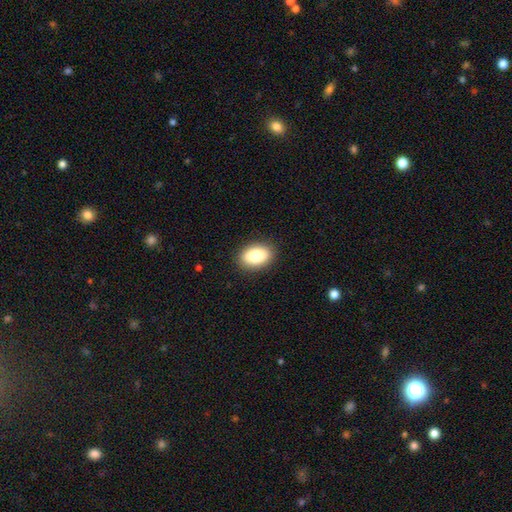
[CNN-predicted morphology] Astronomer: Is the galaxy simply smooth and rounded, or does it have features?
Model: smooth — 83%.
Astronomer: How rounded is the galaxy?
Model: in between — 83%.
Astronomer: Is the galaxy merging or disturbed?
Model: none — 89%.